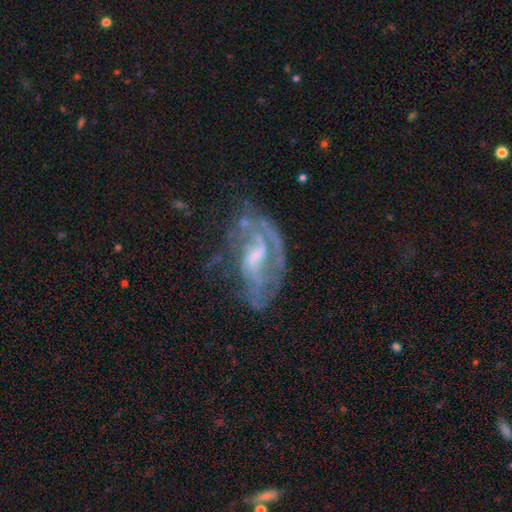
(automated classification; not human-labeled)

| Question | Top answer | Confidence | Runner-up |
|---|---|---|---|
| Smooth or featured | featured or disk | 75% | smooth (14%) |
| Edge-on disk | no | 94% | yes (6%) |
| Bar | no | 44% | weak (42%) |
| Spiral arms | yes | 71% | no (29%) |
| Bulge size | moderate | 41% | small (33%) |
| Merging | none | 44% | major disturbance (28%) |